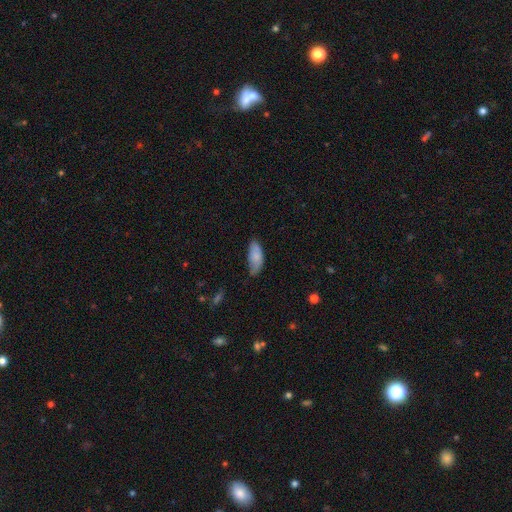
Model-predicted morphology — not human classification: Smooth or featured? Predicted: smooth (p=0.80). How rounded? Predicted: in between (p=0.84). Merging? Predicted: none (p=0.56).